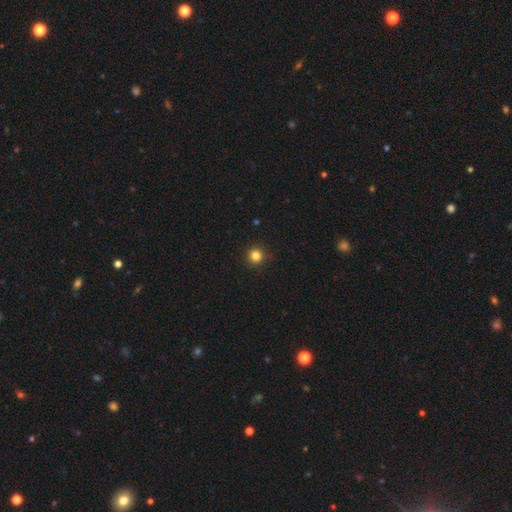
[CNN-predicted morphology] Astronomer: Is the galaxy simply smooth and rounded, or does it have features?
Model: smooth — 83%.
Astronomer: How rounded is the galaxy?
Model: round — 96%.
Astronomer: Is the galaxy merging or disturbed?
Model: none — 92%.